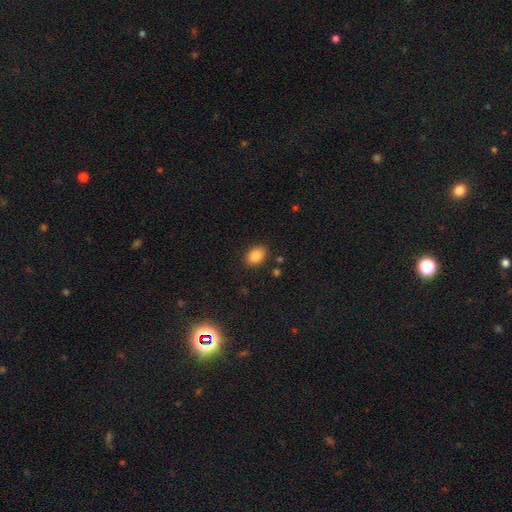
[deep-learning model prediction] Q: Smooth or featured?
A: smooth (86%); runner-up: star or artifact (9%)
Q: How rounded?
A: in between (77%); runner-up: round (22%)
Q: Merging?
A: none (86%); runner-up: minor disturbance (10%)